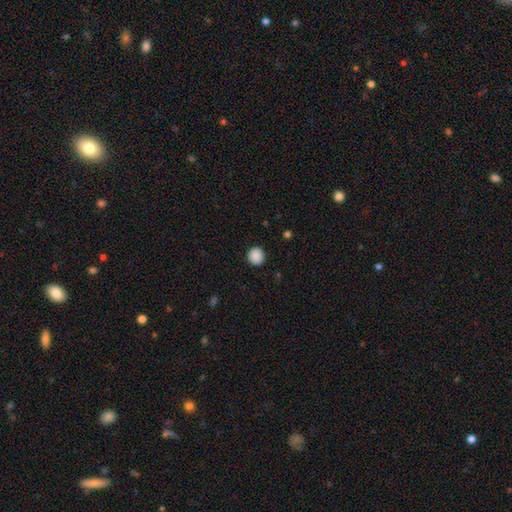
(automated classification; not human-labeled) Smooth or featured? Predicted: smooth (p=0.89). How rounded? Predicted: round (p=0.93). Merging? Predicted: none (p=0.92).